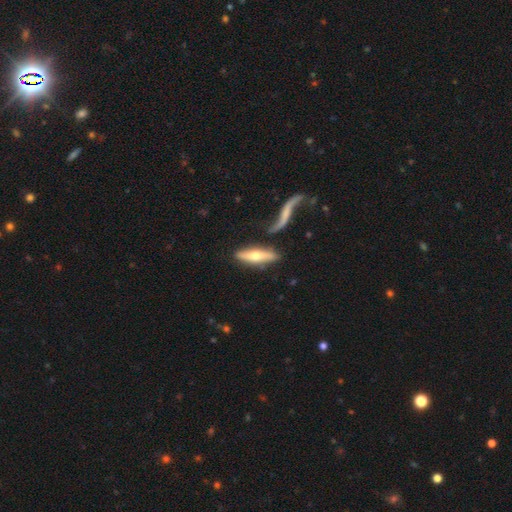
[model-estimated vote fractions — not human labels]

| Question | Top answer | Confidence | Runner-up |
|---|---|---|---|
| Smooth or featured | featured or disk | 49% | smooth (45%) |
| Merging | none | 67% | minor disturbance (15%) |